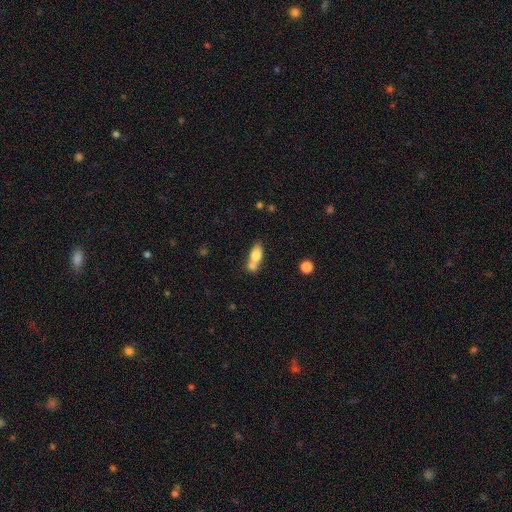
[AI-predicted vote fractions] Q: Smooth or featured?
A: smooth (75%); runner-up: featured or disk (17%)
Q: How rounded?
A: in between (79%); runner-up: cigar-shaped (14%)
Q: Merging?
A: merger (52%); runner-up: none (32%)